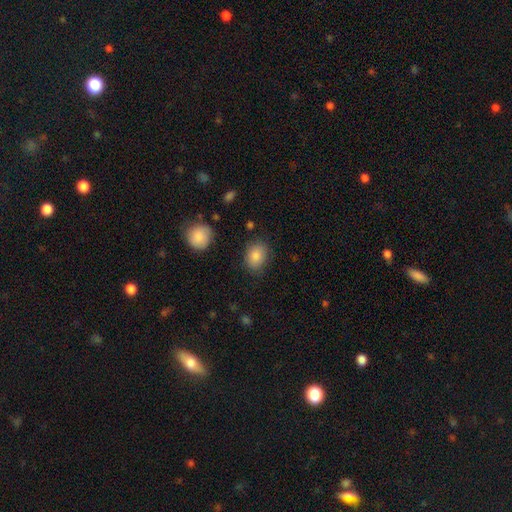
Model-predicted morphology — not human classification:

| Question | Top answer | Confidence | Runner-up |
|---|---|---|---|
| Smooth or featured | smooth | 86% | star or artifact (8%) |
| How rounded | in between | 61% | round (38%) |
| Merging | none | 81% | minor disturbance (14%) |